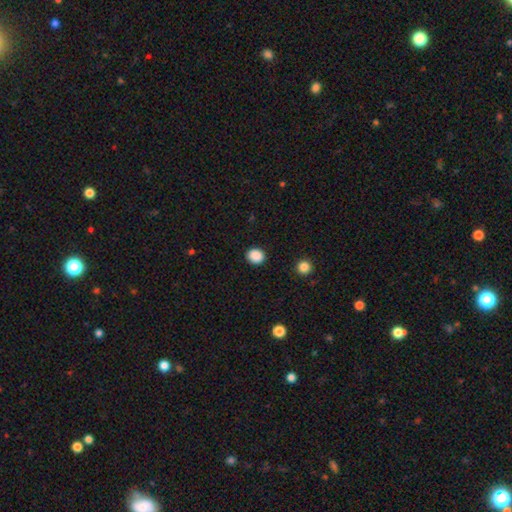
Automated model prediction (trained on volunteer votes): A smooth galaxy with no disk features (89%) that is round (73%). Merging: none (91%).